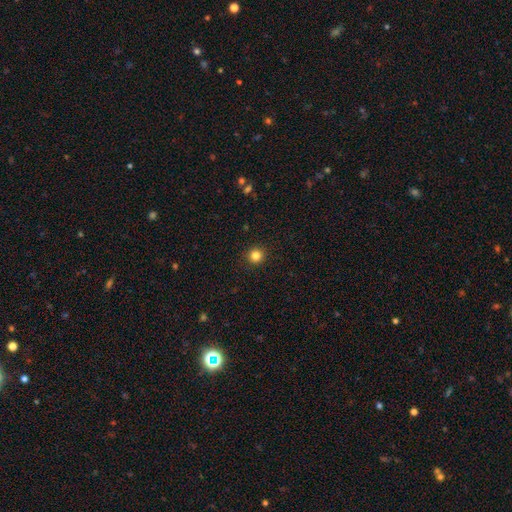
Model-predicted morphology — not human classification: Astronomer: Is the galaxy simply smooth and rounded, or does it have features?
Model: smooth — 83%.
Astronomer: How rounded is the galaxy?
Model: round — 95%.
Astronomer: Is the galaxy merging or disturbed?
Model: none — 93%.